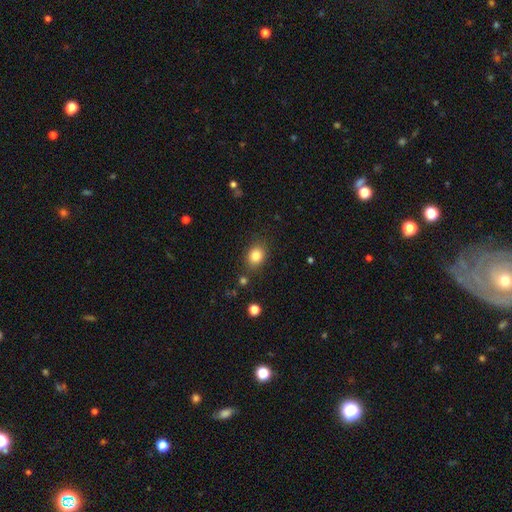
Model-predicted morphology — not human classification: Smooth or featured? smooth (84%)
How rounded? round (50%)
Merging? none (82%)